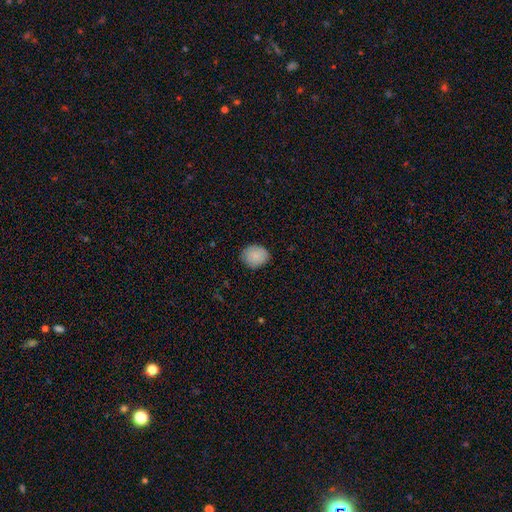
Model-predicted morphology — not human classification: Smooth or featured: smooth — 88% (star or artifact — 7%)
How rounded: round — 63% (in between — 36%)
Merging: none — 84% (minor disturbance — 13%)